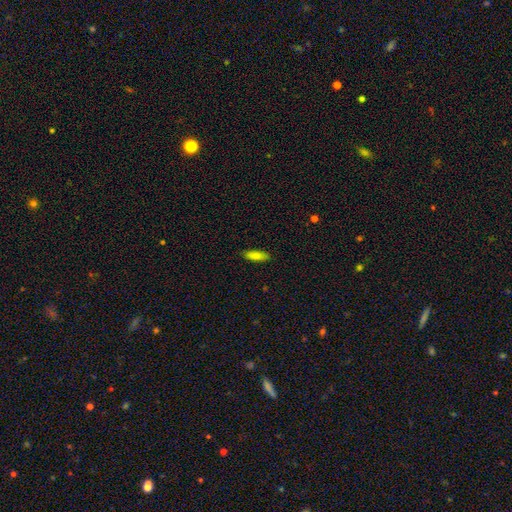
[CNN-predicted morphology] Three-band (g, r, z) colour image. It shows a smooth galaxy with no disk features (84%) that is in between round and cigar-shaped (60%). Merging: none (88%).